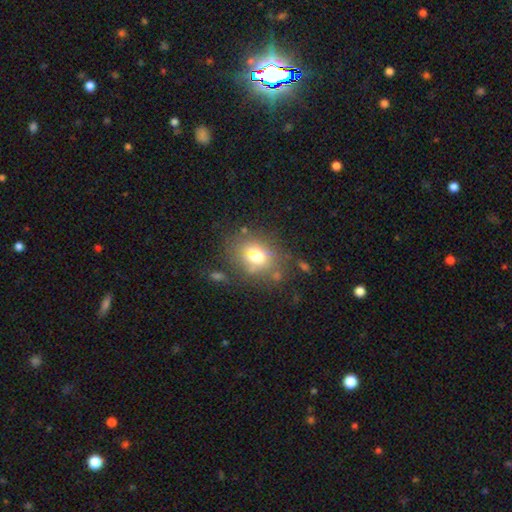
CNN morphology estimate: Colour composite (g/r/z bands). It shows a smooth galaxy with no disk features (73%) that is in between round and cigar-shaped (55%). Merging: none (72%).